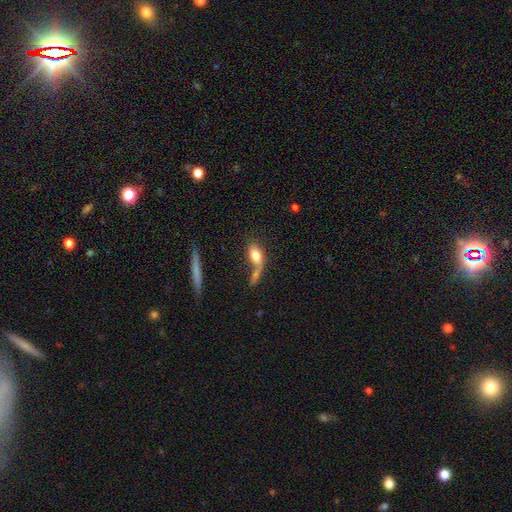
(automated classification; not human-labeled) Smooth or featured? smooth (69%)
How rounded? in between (76%)
Merging? merger (34%)